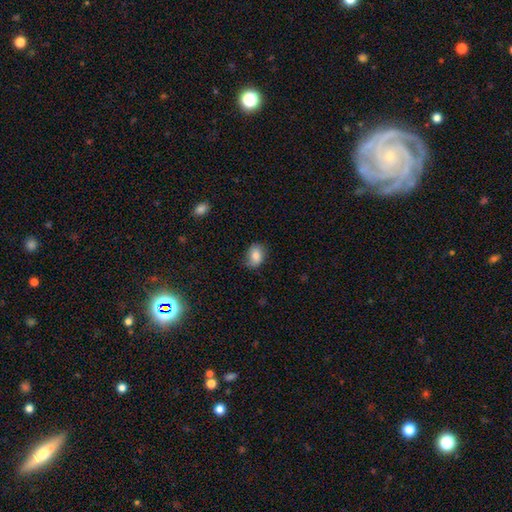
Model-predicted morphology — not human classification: Smooth or featured? Predicted: smooth (p=0.82). How rounded? Predicted: in between (p=0.70). Merging? Predicted: none (p=0.73).